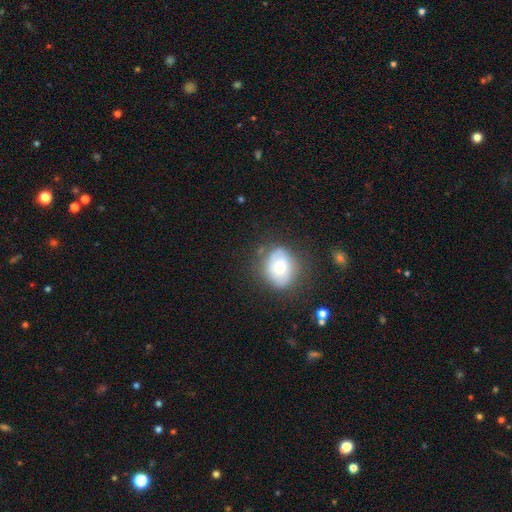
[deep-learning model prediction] Q: Smooth or featured?
A: smooth (58%); runner-up: star or artifact (21%)
Q: How rounded?
A: round (68%); runner-up: in between (30%)
Q: Merging?
A: none (83%); runner-up: minor disturbance (11%)